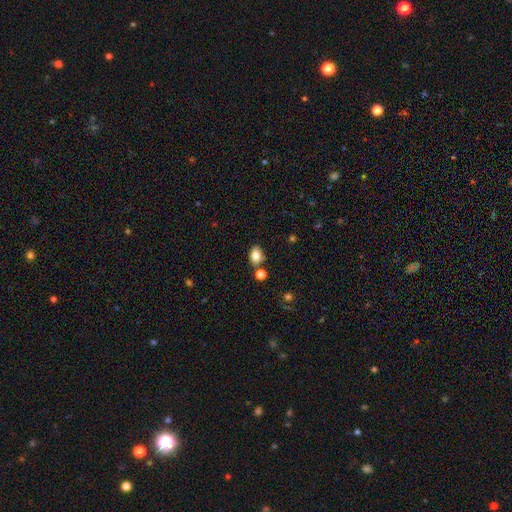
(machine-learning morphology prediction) smooth 80%, featured or disk 10%, star or artifact 10%. Down the decision tree: how rounded — in between (81%); merging — none (73%).